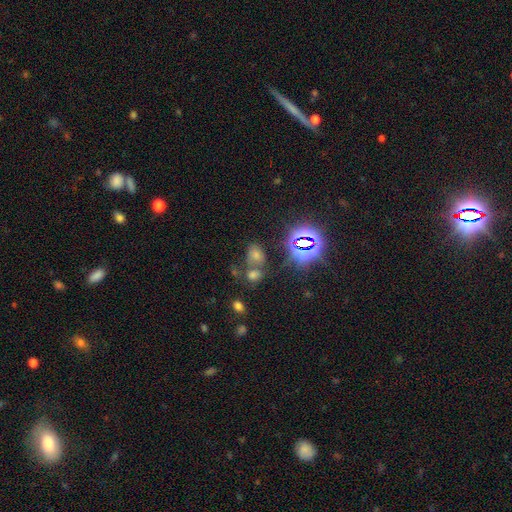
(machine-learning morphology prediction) Q: Smooth or featured?
A: star or artifact (52%); runner-up: smooth (36%)